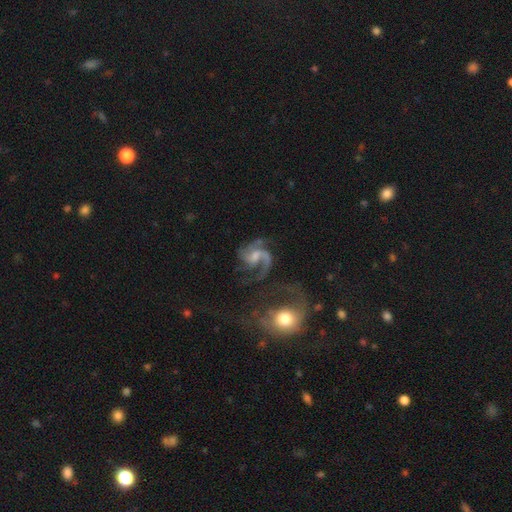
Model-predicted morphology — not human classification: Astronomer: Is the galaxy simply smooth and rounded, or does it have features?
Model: featured or disk — 86%.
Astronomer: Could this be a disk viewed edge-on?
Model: no — 98%.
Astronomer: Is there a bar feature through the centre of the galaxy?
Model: weak — 44% (runner-up: no, 43%).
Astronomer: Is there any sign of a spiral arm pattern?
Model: yes — 96%.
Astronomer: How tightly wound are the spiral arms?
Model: medium — 51% (runner-up: loose, 35%).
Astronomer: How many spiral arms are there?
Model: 2 — 51%.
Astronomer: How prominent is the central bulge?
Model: moderate — 35% (runner-up: small, 34%).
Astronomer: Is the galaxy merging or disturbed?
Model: none — 43% (runner-up: major disturbance, 31%).